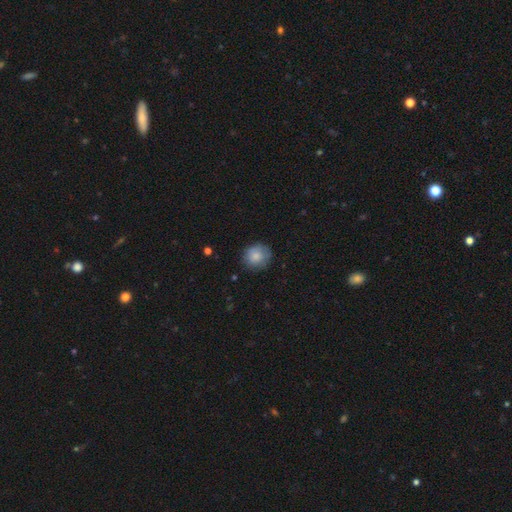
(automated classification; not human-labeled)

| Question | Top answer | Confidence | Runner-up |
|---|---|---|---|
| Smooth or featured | smooth | 83% | featured or disk (9%) |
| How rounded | round | 83% | in between (16%) |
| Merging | none | 80% | minor disturbance (16%) |